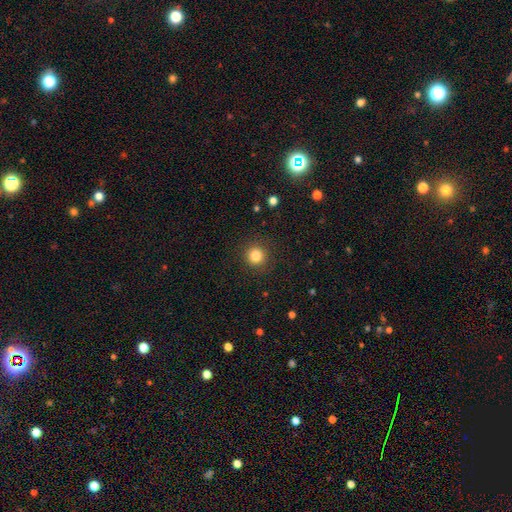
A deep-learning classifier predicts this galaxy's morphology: Smooth or featured: smooth — 83% (star or artifact — 11%)
How rounded: round — 94% (in between — 5%)
Merging: none — 90% (minor disturbance — 6%)